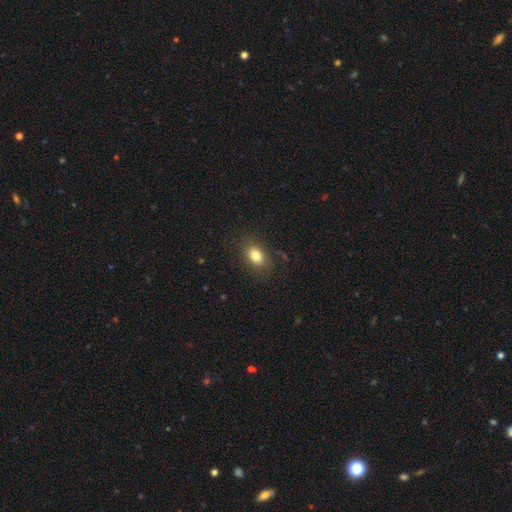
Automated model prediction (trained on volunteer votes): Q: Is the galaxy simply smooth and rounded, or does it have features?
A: smooth — 83%.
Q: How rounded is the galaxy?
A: in between — 83%.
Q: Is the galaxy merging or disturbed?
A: none — 83%.